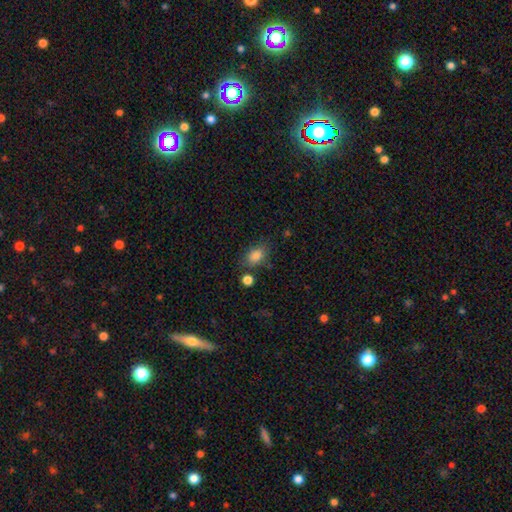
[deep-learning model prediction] This is clearly a smooth galaxy (85%). How rounded: likely in between (79%). Merging: likely none (71%).